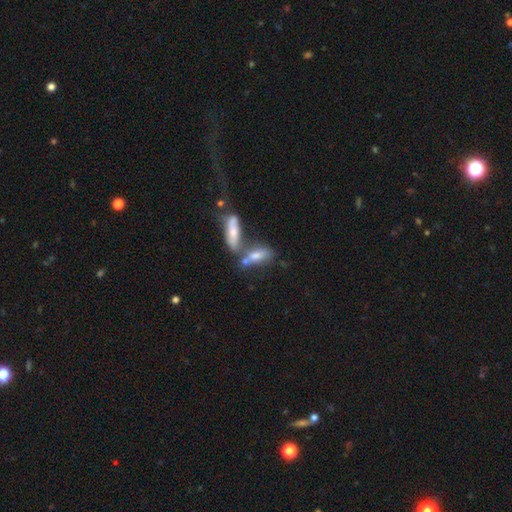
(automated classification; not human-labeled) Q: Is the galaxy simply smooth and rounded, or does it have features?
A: smooth — 61%.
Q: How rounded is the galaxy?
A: in between — 59%.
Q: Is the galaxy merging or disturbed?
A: merger — 49%.